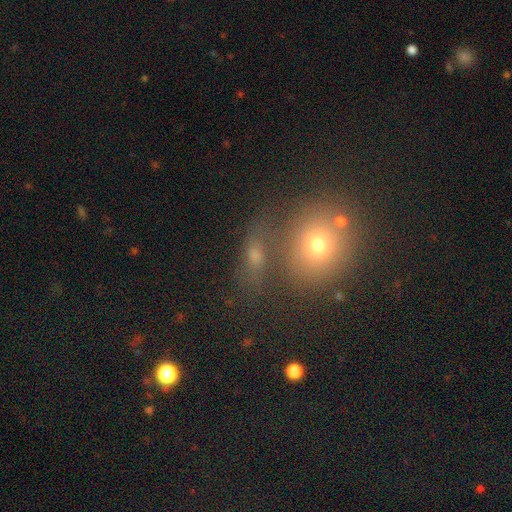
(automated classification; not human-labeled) A smooth galaxy with no disk features (56%) that is in between round and cigar-shaped (53%).

Vote fractions:
- Smooth or featured? smooth: 56% / star or artifact: 26% / featured or disk: 18%
- How rounded? in between: 53% / round: 39% / cigar-shaped: 9%
- Merging? none: 53% / merger: 26% / minor disturbance: 13% / major disturbance: 8%